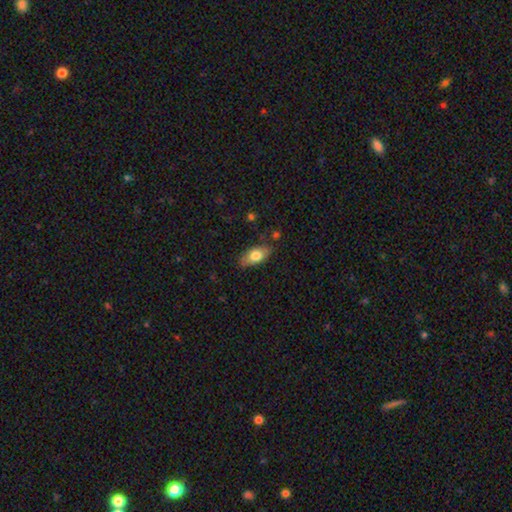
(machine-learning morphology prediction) This is likely a smooth galaxy (75%). How rounded: clearly in between (88%). Merging: likely none (78%).